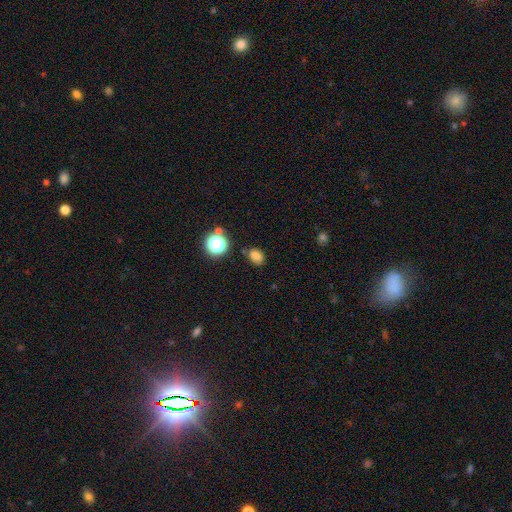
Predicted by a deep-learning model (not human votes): This appears to be a smooth galaxy with no disk features (76%) that is in between round and cigar-shaped (64%). Merging: none (77%).